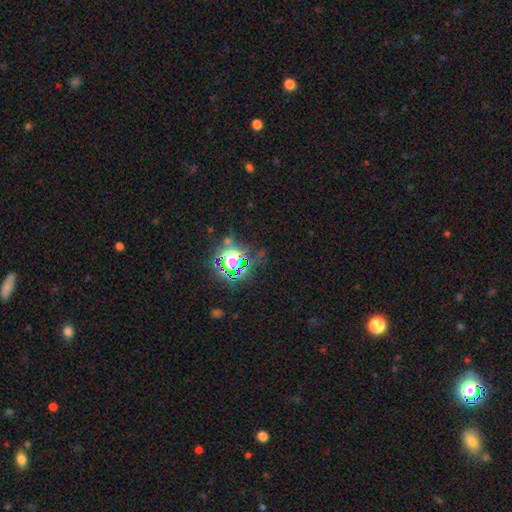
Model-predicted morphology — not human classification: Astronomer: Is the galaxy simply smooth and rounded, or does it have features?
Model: star or artifact — 79%.